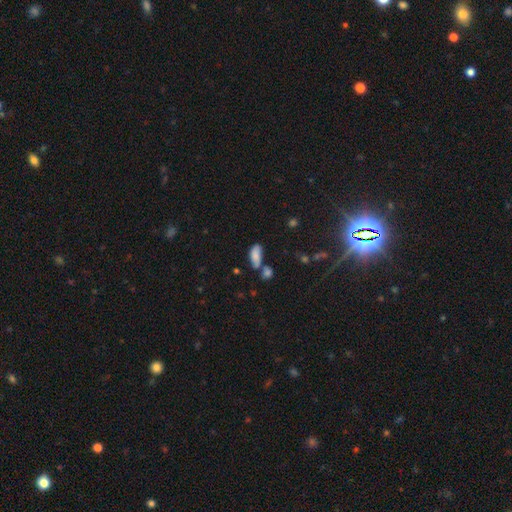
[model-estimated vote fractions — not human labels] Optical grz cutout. It shows a smooth galaxy with no disk features (81%) that is in between round and cigar-shaped (86%). Merging: none (47%).